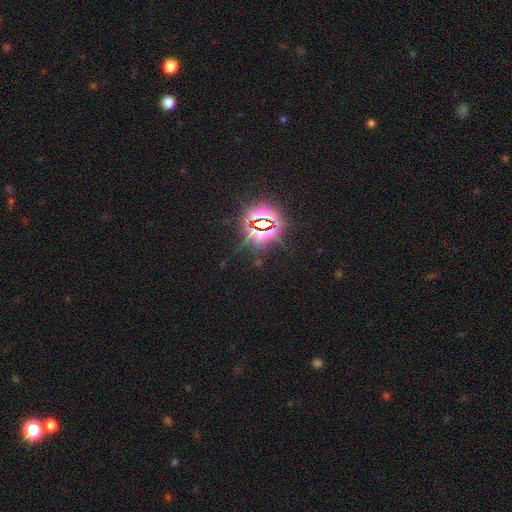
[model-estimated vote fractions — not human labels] Q: Smooth or featured?
A: star or artifact (81%); runner-up: smooth (11%)